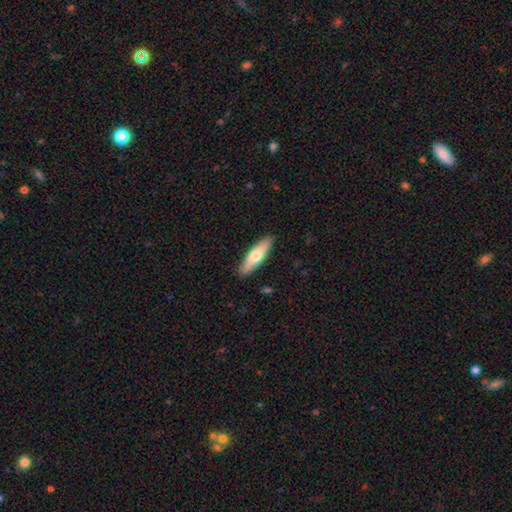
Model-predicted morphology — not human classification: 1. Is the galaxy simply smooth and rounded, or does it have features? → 64% smooth, 31% featured or disk, 5% star or artifact.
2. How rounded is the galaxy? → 61% cigar-shaped, 37% in between, 2% round.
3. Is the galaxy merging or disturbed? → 89% none, 8% minor disturbance, 2% major disturbance, 1% merger.